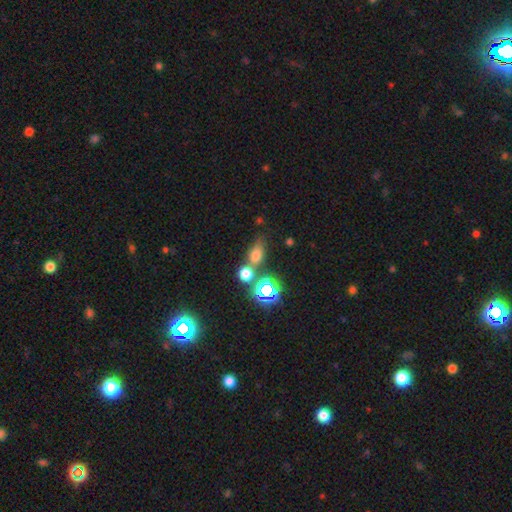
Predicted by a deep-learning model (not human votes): Morphology: type=smooth (63%); roundness=in between (57%); merging=none (55%).